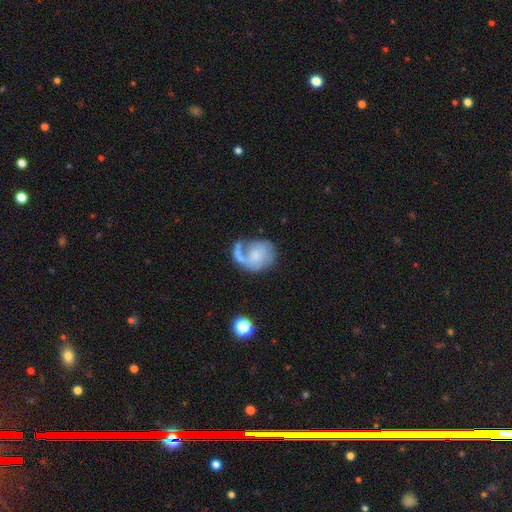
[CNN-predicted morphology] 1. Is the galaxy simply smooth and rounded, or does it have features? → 55% featured or disk, 38% smooth, 8% star or artifact.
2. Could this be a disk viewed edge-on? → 98% no, 2% yes.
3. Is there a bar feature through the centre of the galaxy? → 78% no, 19% weak, 3% strong.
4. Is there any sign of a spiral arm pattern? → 66% yes, 34% no.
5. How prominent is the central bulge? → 32% none, 28% moderate, 25% small, 12% large, 3% dominant.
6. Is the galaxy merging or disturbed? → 33% none, 29% major disturbance, 20% minor disturbance, 17% merger.